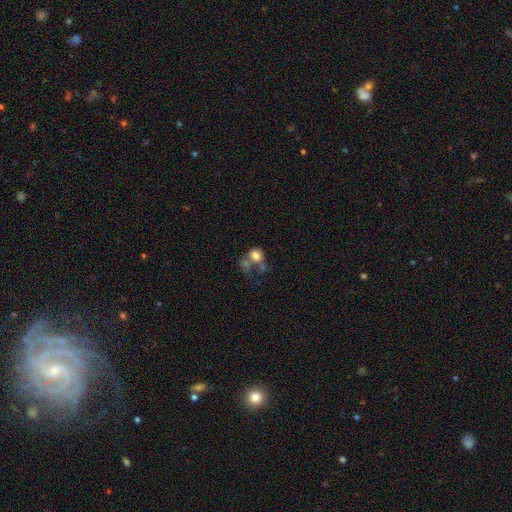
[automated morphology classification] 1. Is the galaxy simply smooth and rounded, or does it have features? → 68% smooth, 20% featured or disk, 12% star or artifact.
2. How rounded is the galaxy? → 57% round, 42% in between, 1% cigar-shaped.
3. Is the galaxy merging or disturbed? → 42% merger, 24% none, 21% major disturbance, 13% minor disturbance.